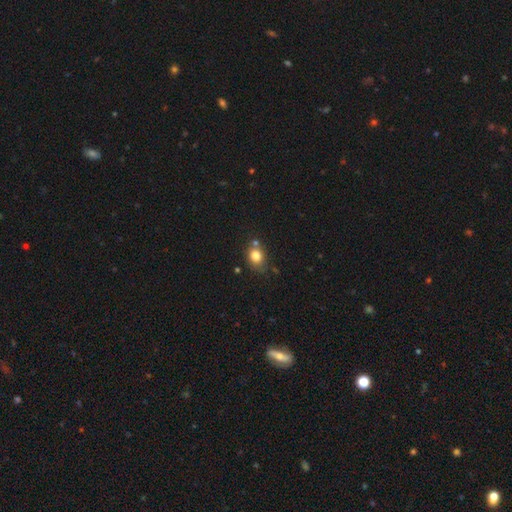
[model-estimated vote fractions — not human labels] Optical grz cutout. It shows a smooth galaxy with no disk features (80%) that is round (56%). Merging: none (65%).